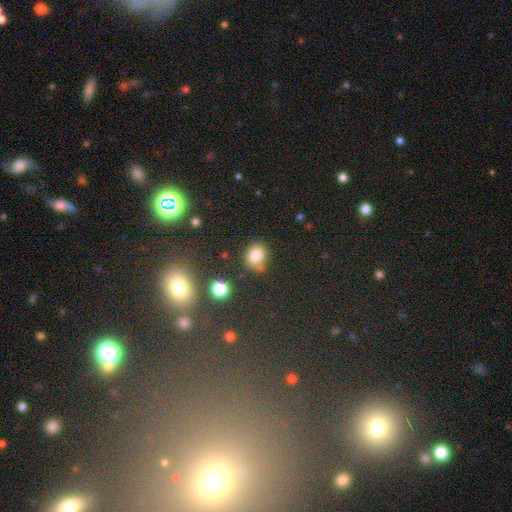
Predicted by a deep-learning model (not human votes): Smooth or featured: smooth — 80% (star or artifact — 13%)
How rounded: round — 62% (in between — 37%)
Merging: none — 66% (minor disturbance — 20%)